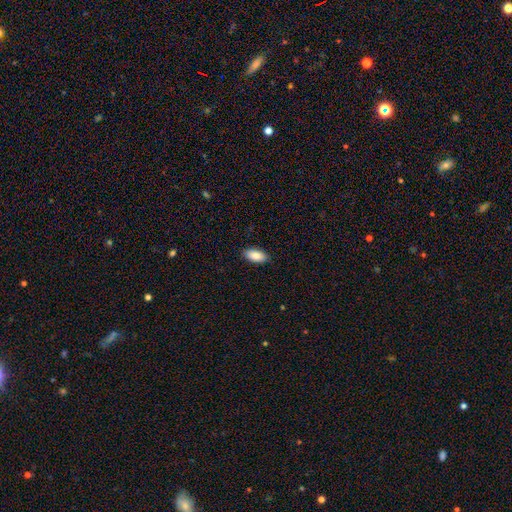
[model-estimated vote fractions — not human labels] Q: Smooth or featured?
A: smooth (86%); runner-up: featured or disk (7%)
Q: How rounded?
A: in between (92%); runner-up: cigar-shaped (5%)
Q: Merging?
A: none (89%); runner-up: minor disturbance (8%)